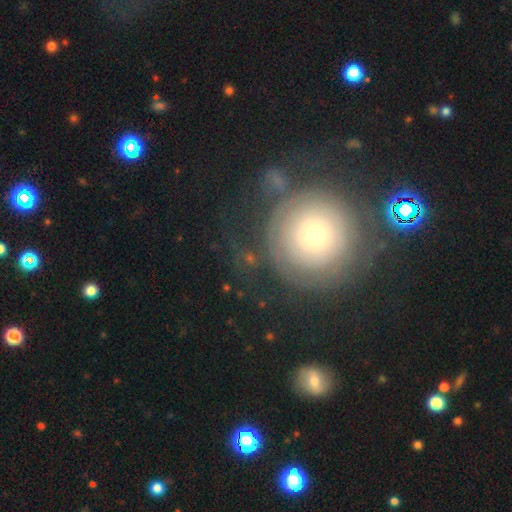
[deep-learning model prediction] smooth-or-featured: smooth: 46% | featured or disk: 36% | star or artifact: 19%
  merging: none: 76% | minor disturbance: 12% | major disturbance: 9% | merger: 4%